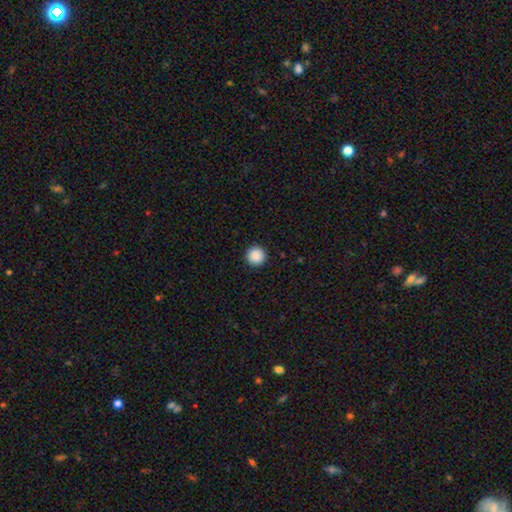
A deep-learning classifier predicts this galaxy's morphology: A smooth galaxy with no disk features (89%) that is round (96%). Merging: none (93%).